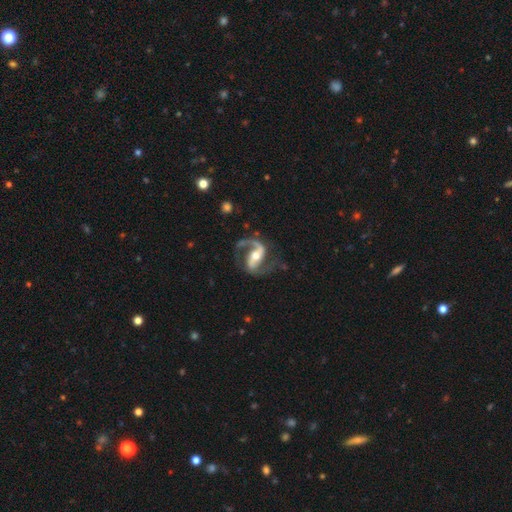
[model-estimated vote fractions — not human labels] smooth_or_featured: featured or disk (p=0.91) [alt: smooth p=0.05]
disk_edge_on: no (p=0.97) [alt: yes p=0.03]
bar: strong (p=0.46) [alt: weak p=0.33]
has_spiral_arms: yes (p=0.97) [alt: no p=0.03]
spiral_winding: medium (p=0.53) [alt: loose p=0.36]
spiral_arm_count: 2 (p=0.87) [alt: 1 p=0.09]
bulge_size: moderate (p=0.65) [alt: small p=0.22]
merging: none (p=0.69) [alt: minor disturbance p=0.15]